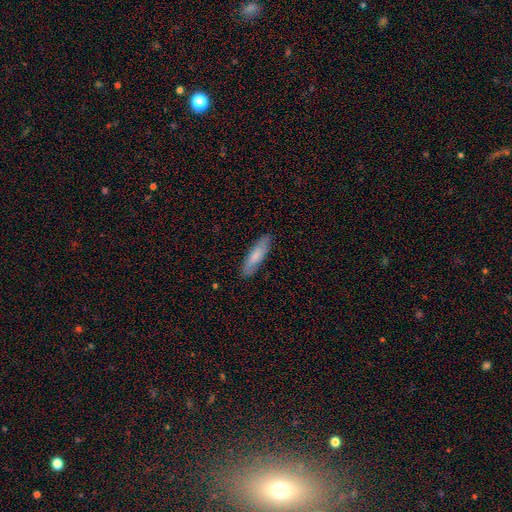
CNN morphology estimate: smooth_or_featured: smooth (p=0.75) [alt: featured or disk p=0.20]
how_rounded: cigar-shaped (p=0.63) [alt: in between p=0.36]
merging: none (p=0.86) [alt: minor disturbance p=0.11]